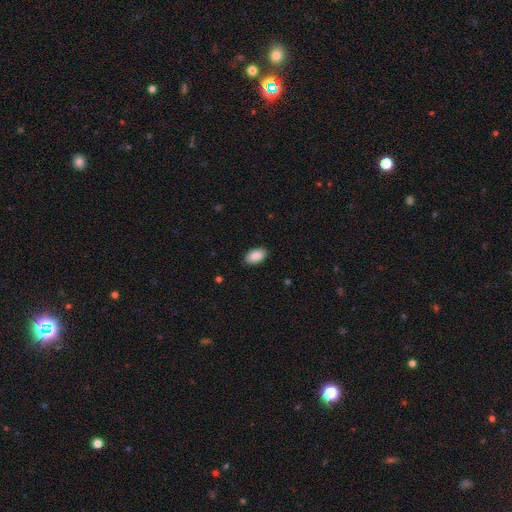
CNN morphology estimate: Smooth or featured? Predicted: smooth (p=0.90). How rounded? Predicted: in between (p=0.94). Merging? Predicted: none (p=0.87).